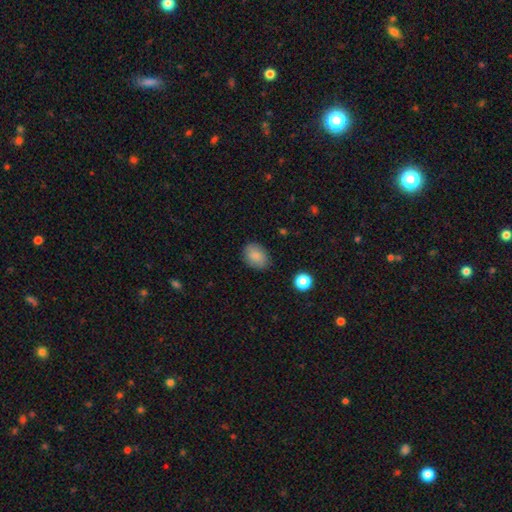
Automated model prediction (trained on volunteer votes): smooth-or-featured: smooth: 86% | star or artifact: 8% | featured or disk: 6%
  how-rounded: in between: 76% | round: 23% | cigar-shaped: 1%
  merging: none: 84% | minor disturbance: 12% | major disturbance: 3% | merger: 1%